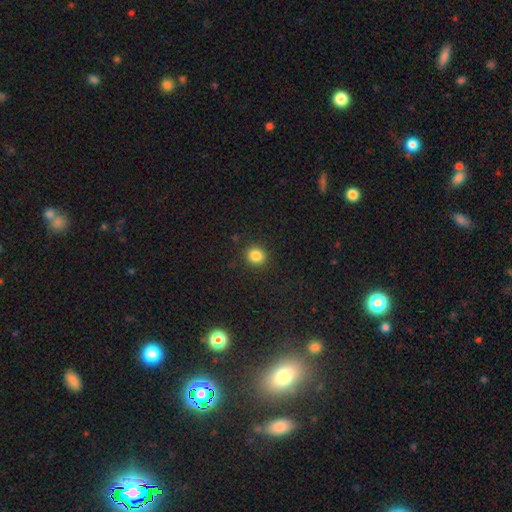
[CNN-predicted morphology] smooth-or-featured: smooth: 85% | star or artifact: 11% | featured or disk: 4%
  how-rounded: round: 81% | in between: 18% | cigar-shaped: 1%
  merging: none: 90% | minor disturbance: 7% | major disturbance: 2% | merger: 1%